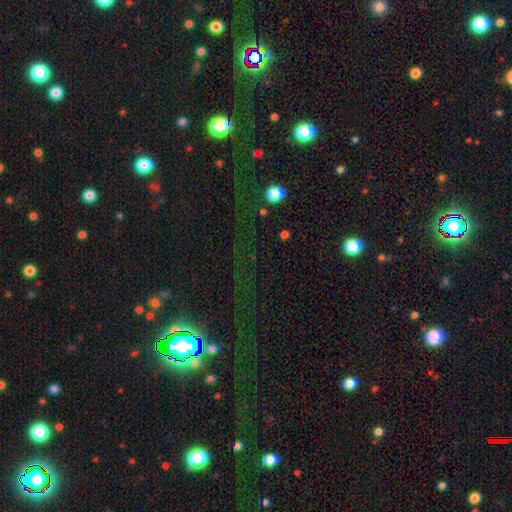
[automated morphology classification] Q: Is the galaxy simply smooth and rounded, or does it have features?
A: star or artifact — 76%.